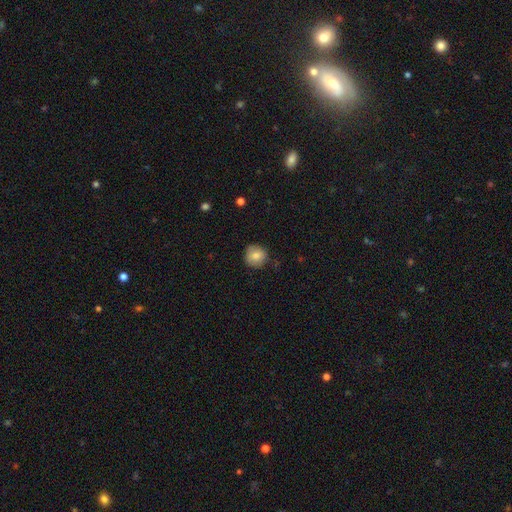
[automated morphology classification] This appears to be a smooth galaxy with no disk features (81%) that is round (89%). Merging: none (80%).